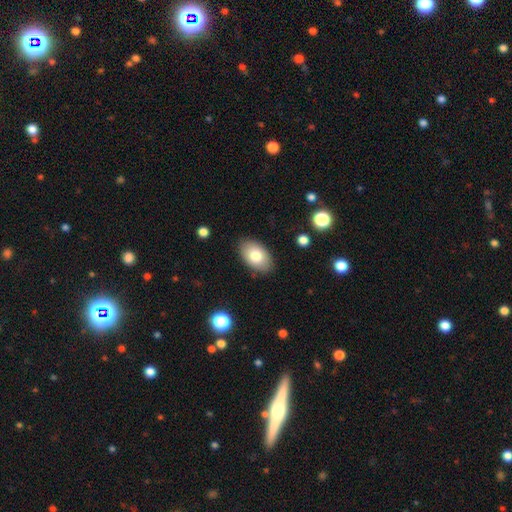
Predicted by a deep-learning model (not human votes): Q: Smooth or featured?
A: smooth (78%); runner-up: featured or disk (14%)
Q: How rounded?
A: in between (92%); runner-up: round (7%)
Q: Merging?
A: none (86%); runner-up: minor disturbance (11%)